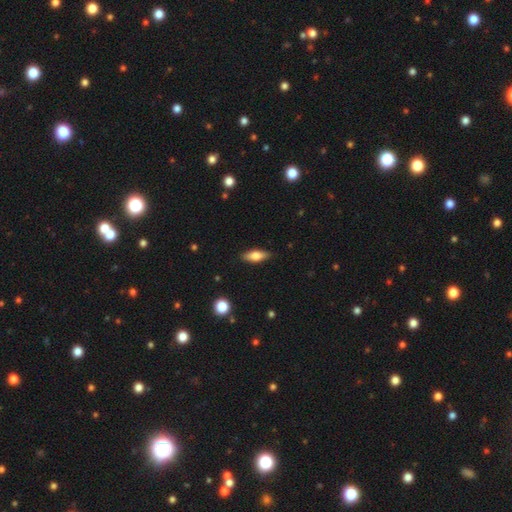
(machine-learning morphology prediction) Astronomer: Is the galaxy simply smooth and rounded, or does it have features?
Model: smooth — 65%.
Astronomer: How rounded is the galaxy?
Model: in between — 67%.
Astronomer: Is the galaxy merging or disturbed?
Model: none — 87%.